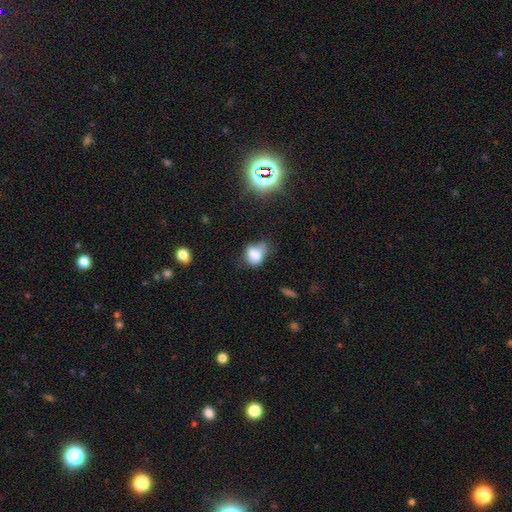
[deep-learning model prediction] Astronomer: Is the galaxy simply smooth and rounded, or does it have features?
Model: smooth — 73%.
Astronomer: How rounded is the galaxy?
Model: in between — 60% (runner-up: round, 39%).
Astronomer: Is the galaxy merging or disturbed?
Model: minor disturbance — 33% (runner-up: none, 32%).